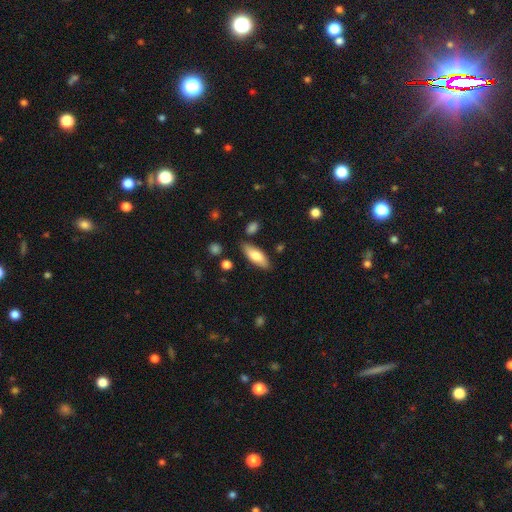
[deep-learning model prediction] smooth-or-featured: smooth: 76% | featured or disk: 18% | star or artifact: 6%
  how-rounded: in between: 71% | cigar-shaped: 27% | round: 2%
  merging: none: 81% | minor disturbance: 13% | merger: 3% | major disturbance: 3%